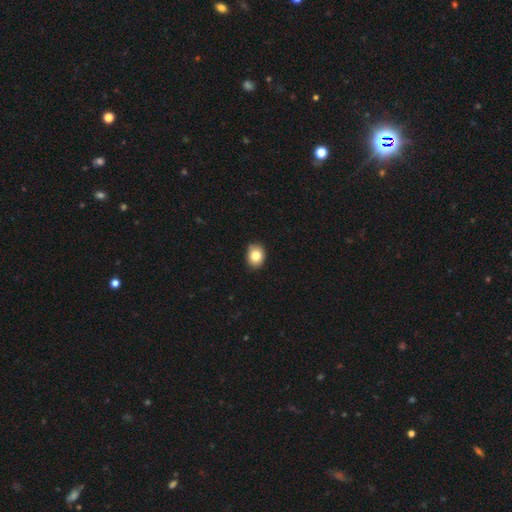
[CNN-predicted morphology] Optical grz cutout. It shows a smooth galaxy with no disk features (82%) that is in between round and cigar-shaped (52%). Merging: none (85%).